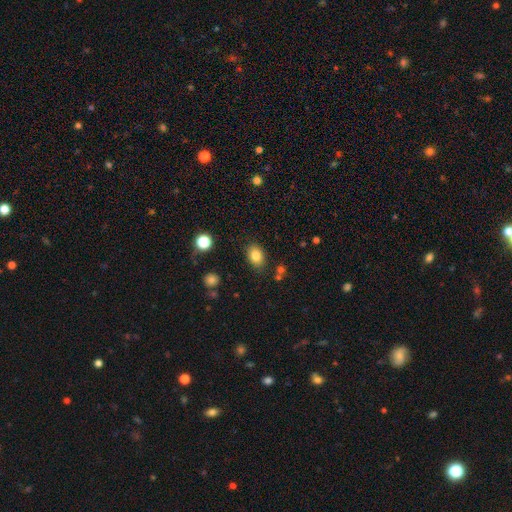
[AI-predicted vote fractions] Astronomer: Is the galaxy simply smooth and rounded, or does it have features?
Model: smooth — 82%.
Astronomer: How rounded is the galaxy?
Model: in between — 75%.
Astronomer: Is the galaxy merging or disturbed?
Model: none — 83%.